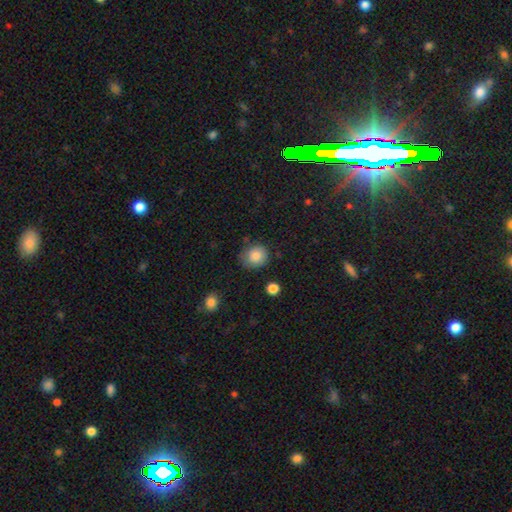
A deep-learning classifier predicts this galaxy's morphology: The model was most divided on "merging": none: 77%, minor disturbance: 17%, major disturbance: 4%, merger: 2%. More confident: smooth or featured — smooth (84%); how rounded — round (82%).